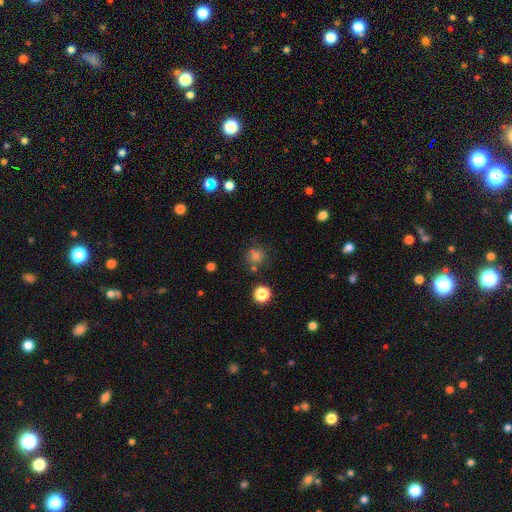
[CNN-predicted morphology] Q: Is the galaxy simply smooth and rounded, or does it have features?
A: smooth — 76%.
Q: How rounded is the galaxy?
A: round — 90%.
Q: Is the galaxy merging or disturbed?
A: none — 74%.